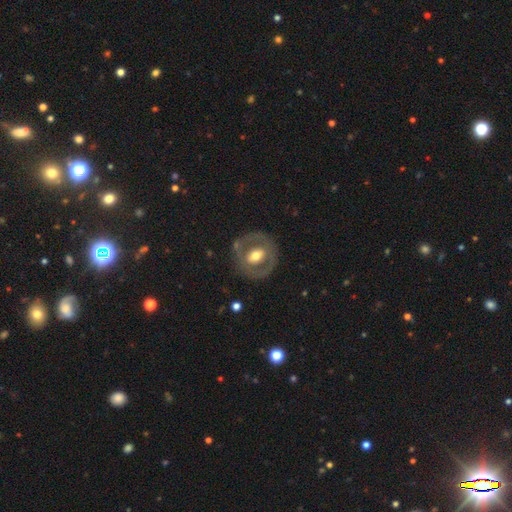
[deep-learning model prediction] smooth_or_featured: featured or disk (p=0.56) [alt: smooth p=0.38]
disk_edge_on: no (p=0.94) [alt: yes p=0.06]
bar: no (p=0.56) [alt: weak p=0.29]
has_spiral_arms: no (p=0.83) [alt: yes p=0.17]
bulge_size: moderate (p=0.67) [alt: large p=0.22]
merging: none (p=0.77) [alt: minor disturbance p=0.14]